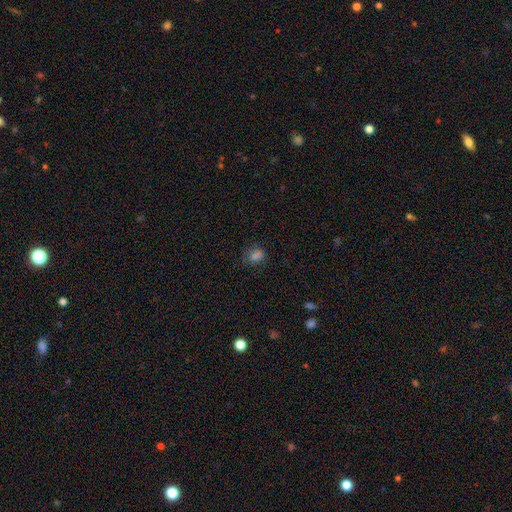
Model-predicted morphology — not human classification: type=smooth (73%); roundness=in between (62%); merging=none (66%).